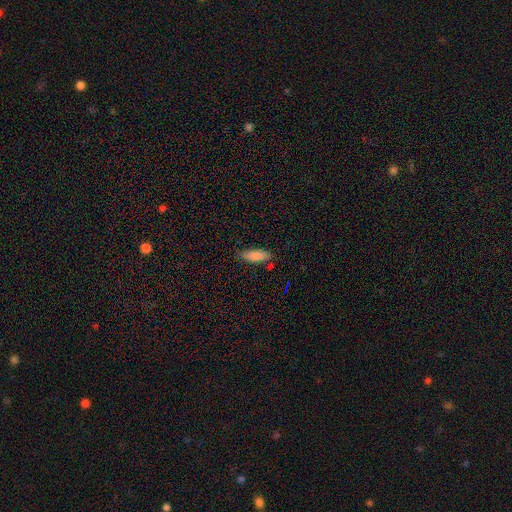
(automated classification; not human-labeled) A smooth galaxy with no disk features (85%) that is in between round and cigar-shaped (58%).

Vote fractions:
- Smooth or featured? smooth: 85% / featured or disk: 8% / star or artifact: 7%
- How rounded? in between: 58% / cigar-shaped: 40% / round: 2%
- Merging? none: 78% / minor disturbance: 16% / merger: 3% / major disturbance: 3%